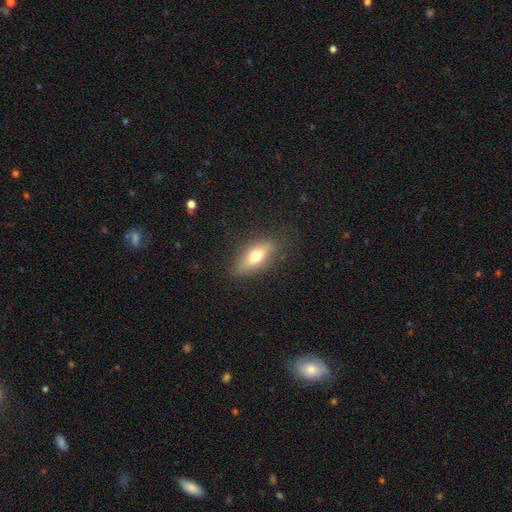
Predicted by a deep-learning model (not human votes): A smooth galaxy with no disk features (62%) that is in between round and cigar-shaped (72%). Merging: none (79%).